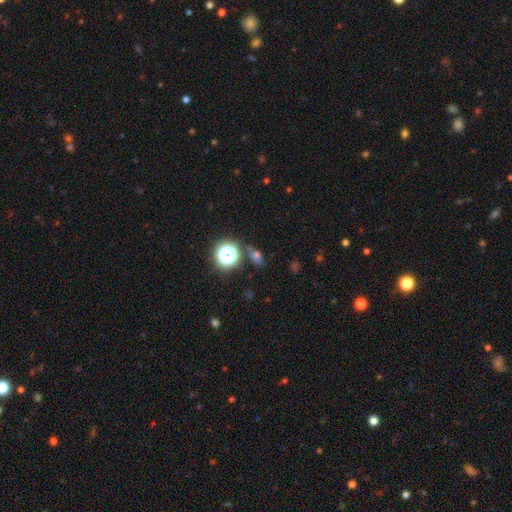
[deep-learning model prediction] Morphology: type=smooth (52%); roundness=round (50%); merging=none (77%).